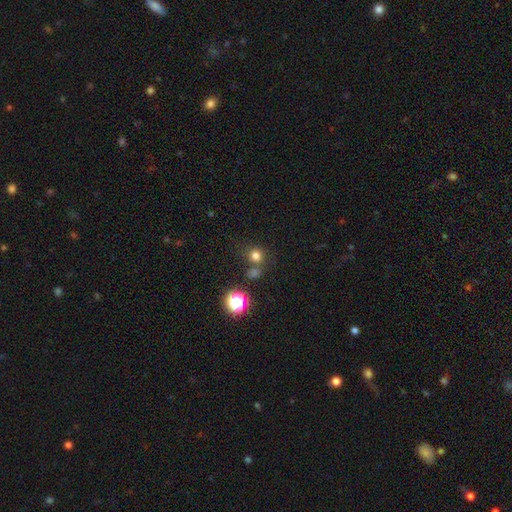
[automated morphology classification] smooth_or_featured: smooth (p=0.71) [alt: star or artifact p=0.23]
how_rounded: round (p=0.86) [alt: in between p=0.13]
merging: none (p=0.66) [alt: merger p=0.20]